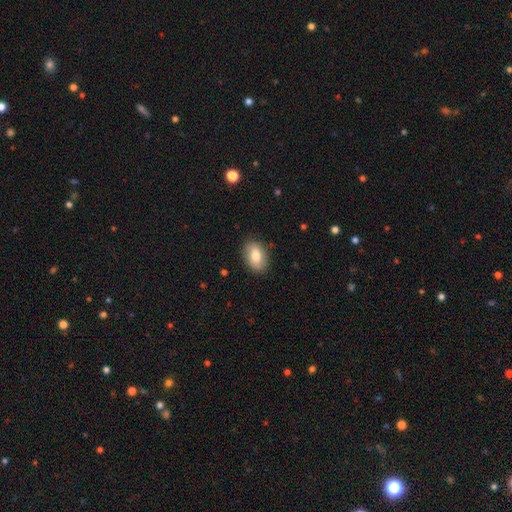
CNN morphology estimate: A smooth galaxy with no disk features (78%) that is in between round and cigar-shaped (84%). Merging: none (86%).